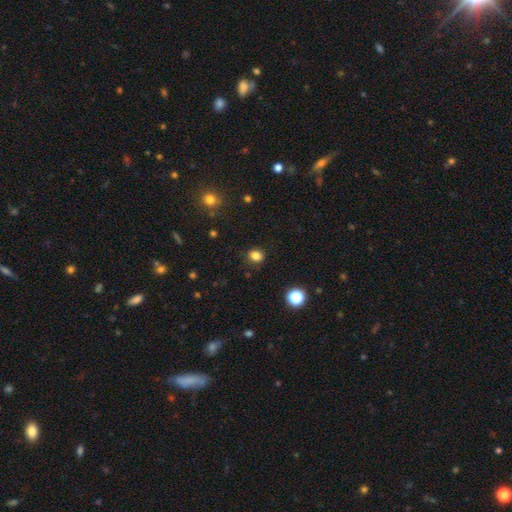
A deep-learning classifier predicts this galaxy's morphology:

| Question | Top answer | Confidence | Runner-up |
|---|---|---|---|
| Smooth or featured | smooth | 83% | star or artifact (13%) |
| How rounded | round | 71% | in between (28%) |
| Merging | none | 89% | minor disturbance (8%) |